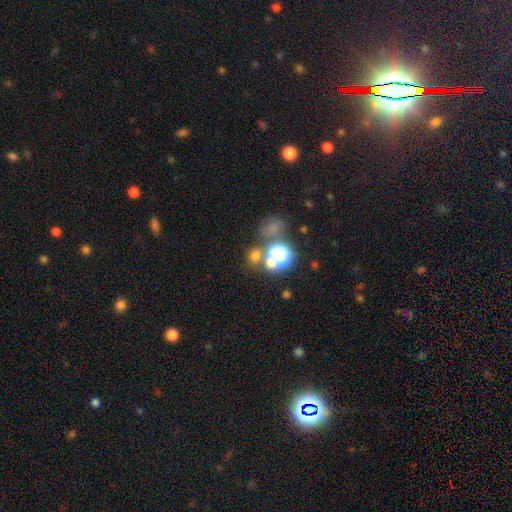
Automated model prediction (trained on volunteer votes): Smooth or featured: smooth — 62% (star or artifact — 30%)
How rounded: round — 82% (in between — 17%)
Merging: none — 62% (merger — 24%)